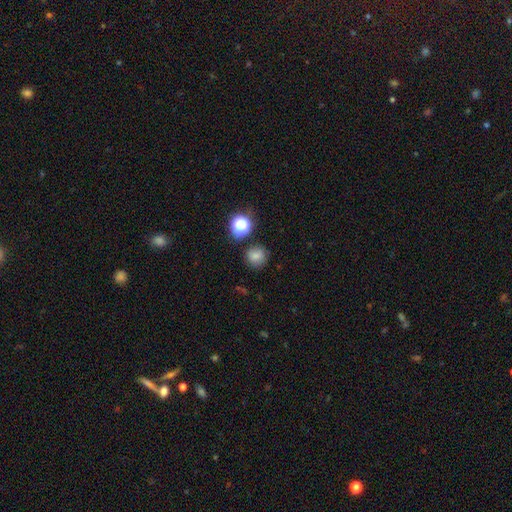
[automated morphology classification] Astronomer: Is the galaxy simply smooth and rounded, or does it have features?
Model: smooth — 75%.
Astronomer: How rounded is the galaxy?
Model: round — 88%.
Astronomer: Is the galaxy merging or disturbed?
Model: none — 79%.